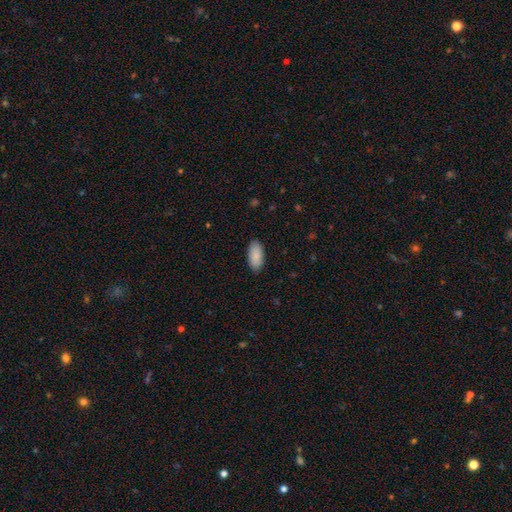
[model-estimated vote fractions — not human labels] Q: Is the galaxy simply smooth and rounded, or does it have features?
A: smooth — 89%.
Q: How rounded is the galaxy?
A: in between — 92%.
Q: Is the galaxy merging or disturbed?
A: none — 88%.